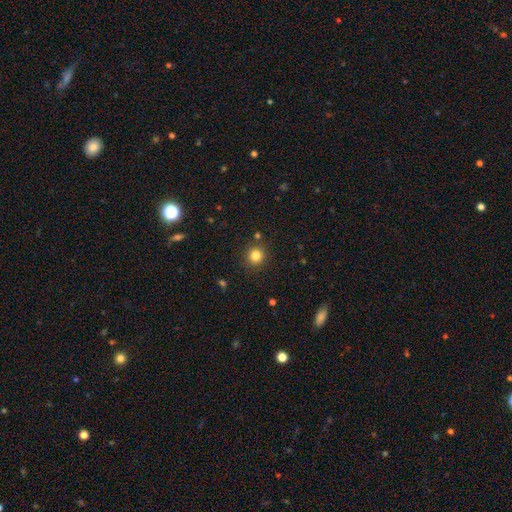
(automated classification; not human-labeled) smooth 82%, star or artifact 13%, featured or disk 5%. Down the decision tree: how rounded — round (92%); merging — none (88%).